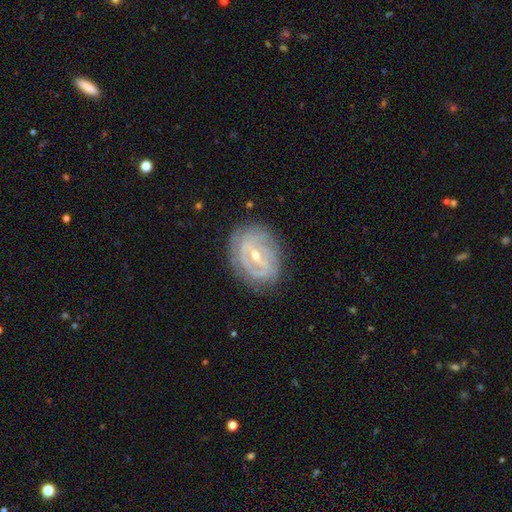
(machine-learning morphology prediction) This is clearly a featured or disk galaxy (83%). It is clearly not viewed edge-on (95%). Bar: possibly weak (46%). Spiral arm pattern: clearly yes (85%). Spiral arm count: marginally can't tell (39%). Spiral winding: likely tight (69%). Central bulge: possibly small (50%). Merging: likely none (77%).